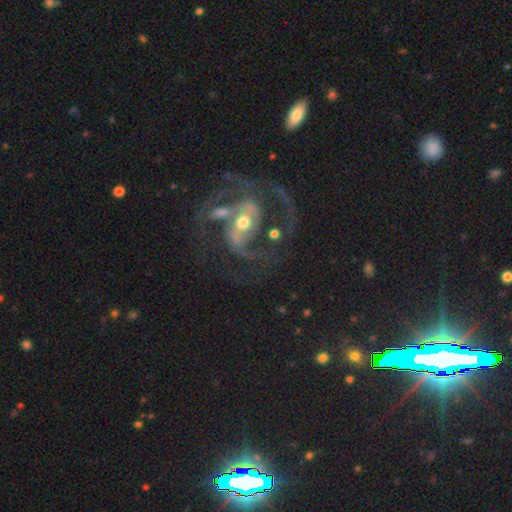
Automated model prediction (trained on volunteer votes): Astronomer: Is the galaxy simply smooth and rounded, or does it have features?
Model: featured or disk — 80%.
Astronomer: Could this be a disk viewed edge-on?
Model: no — 97%.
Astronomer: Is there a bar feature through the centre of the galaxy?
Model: strong — 35% (runner-up: weak, 34%).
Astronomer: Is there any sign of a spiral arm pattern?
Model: yes — 91%.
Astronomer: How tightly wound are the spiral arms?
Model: medium — 55%.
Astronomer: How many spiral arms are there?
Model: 2 — 77%.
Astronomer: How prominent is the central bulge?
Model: moderate — 53% (runner-up: small, 38%).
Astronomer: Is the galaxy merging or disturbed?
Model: none — 54%.